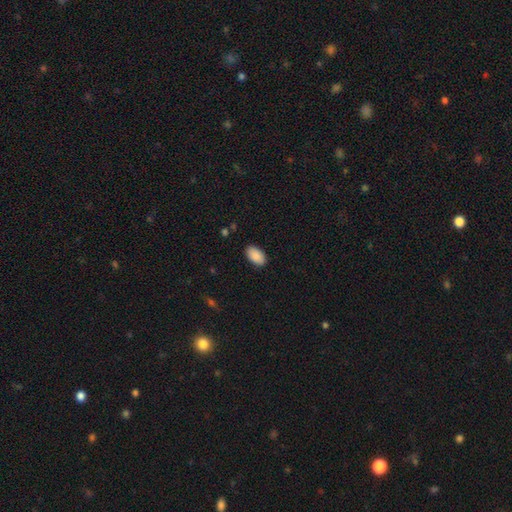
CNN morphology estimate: This appears to be a smooth galaxy with no disk features (90%) that is in between round and cigar-shaped (95%). Merging: none (89%).